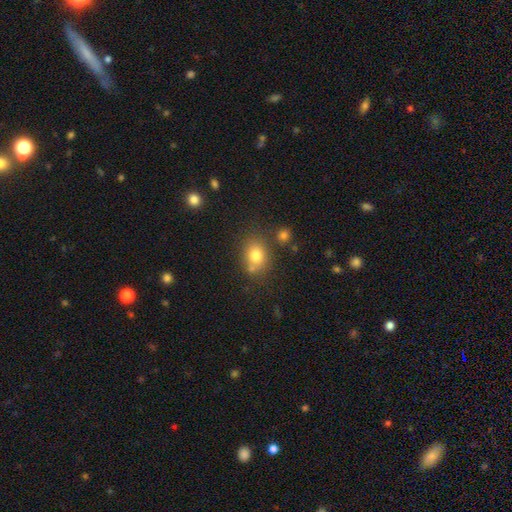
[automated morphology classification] smooth 78%, star or artifact 12%, featured or disk 10%. Down the decision tree: how rounded — in between (52%); merging — none (65%).